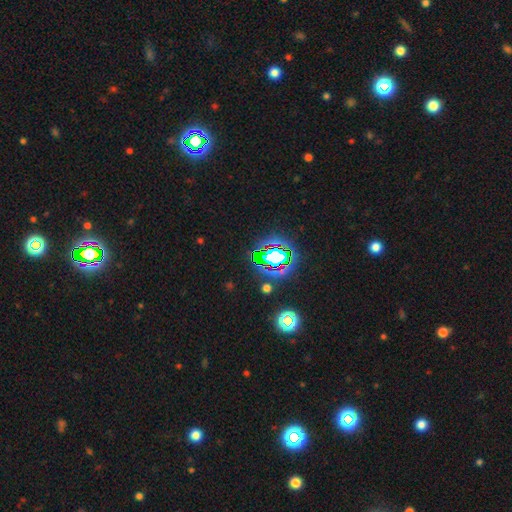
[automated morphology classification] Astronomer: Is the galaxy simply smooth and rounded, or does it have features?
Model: star or artifact — 79%.